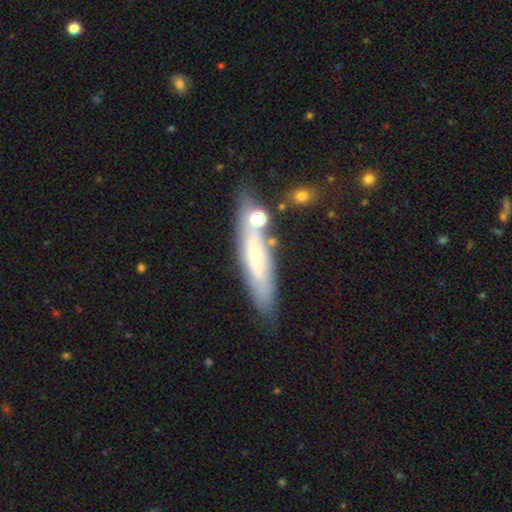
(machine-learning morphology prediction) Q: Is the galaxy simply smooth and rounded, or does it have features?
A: featured or disk — 47%.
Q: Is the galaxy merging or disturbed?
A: none — 70%.